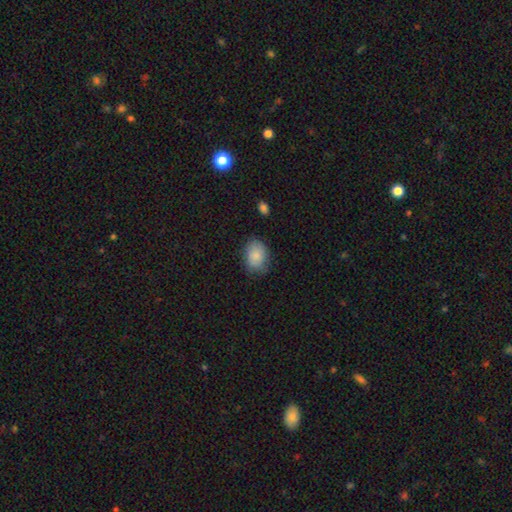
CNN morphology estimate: Overall: smooth (85%). How rounded: in between (71%). Merging: none (72%).